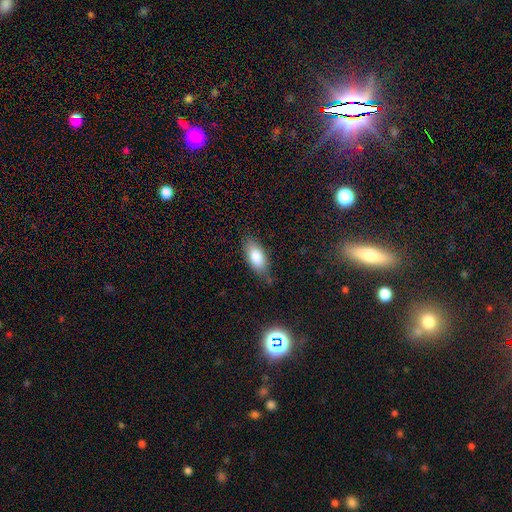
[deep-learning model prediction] Overall: smooth (81%). How rounded: in between (87%). Merging: none (73%).